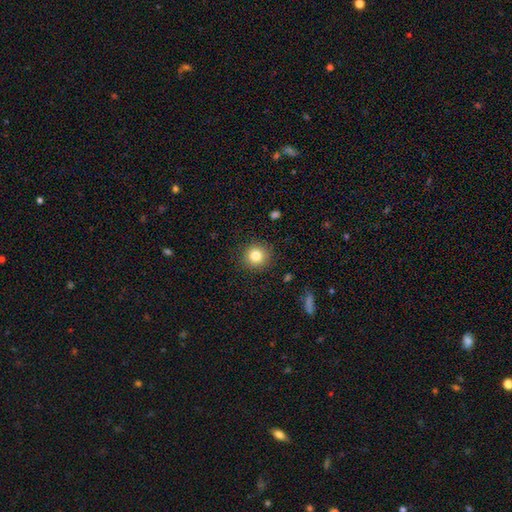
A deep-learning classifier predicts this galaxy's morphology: type=smooth (82%); roundness=round (93%); merging=none (89%).